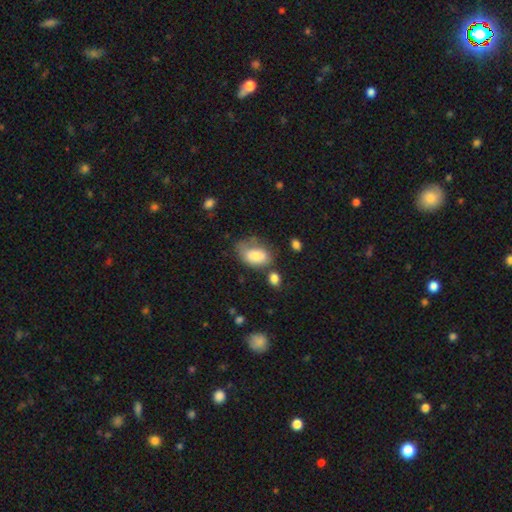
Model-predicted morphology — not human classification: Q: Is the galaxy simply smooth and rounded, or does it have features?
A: smooth — 77%.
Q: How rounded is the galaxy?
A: in between — 90%.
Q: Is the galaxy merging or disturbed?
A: none — 39%.